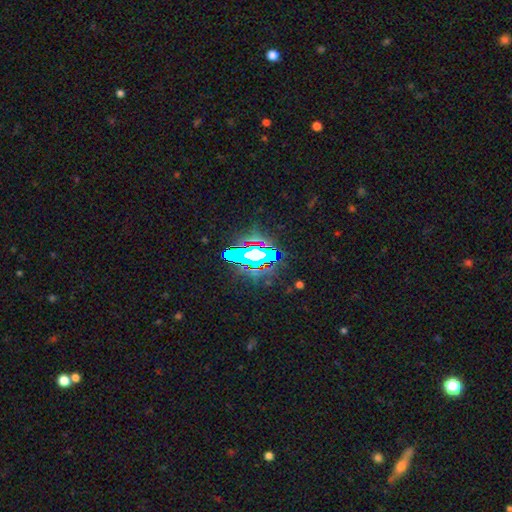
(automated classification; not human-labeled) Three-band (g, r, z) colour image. It shows a star or artifact, not a galaxy (63%).